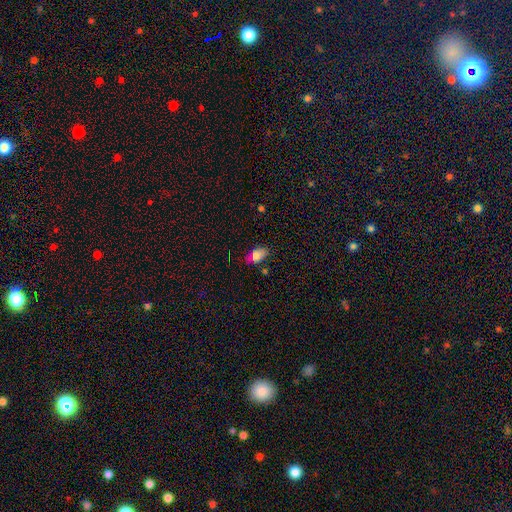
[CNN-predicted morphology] Smooth or featured: smooth — 79% (featured or disk — 11%)
How rounded: in between — 89% (round — 8%)
Merging: none — 64% (minor disturbance — 26%)